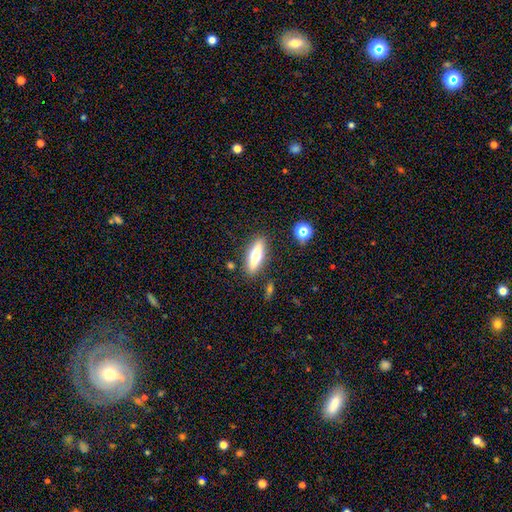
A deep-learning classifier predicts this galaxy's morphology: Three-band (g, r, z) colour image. It shows a smooth galaxy with no disk features (52%) that is cigar-shaped (55%). Merging: none (85%).